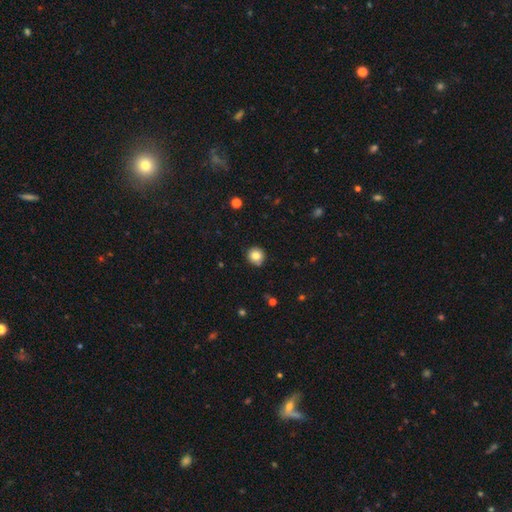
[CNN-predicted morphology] smooth 83%, star or artifact 10%, featured or disk 7%. Down the decision tree: how rounded — round (93%); merging — none (86%).